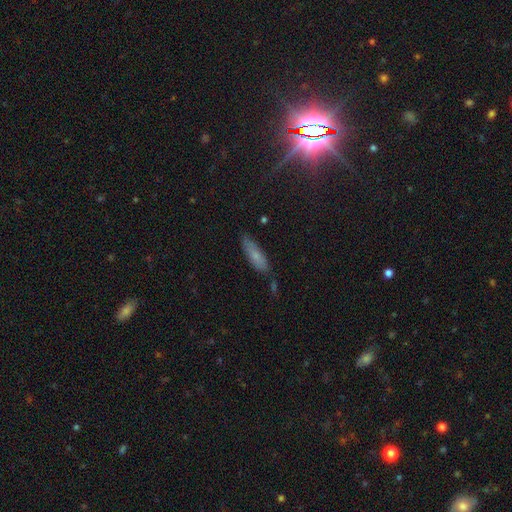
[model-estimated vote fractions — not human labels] smooth_or_featured: smooth (p=0.68) [alt: featured or disk p=0.22]
how_rounded: cigar-shaped (p=0.53) [alt: in between p=0.45]
merging: none (p=0.74) [alt: minor disturbance p=0.18]